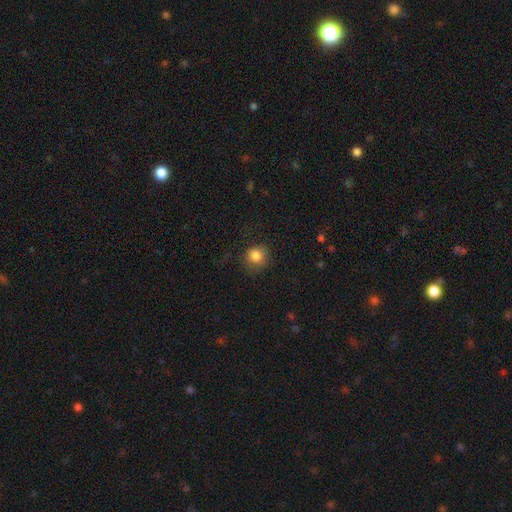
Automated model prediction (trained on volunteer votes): A smooth galaxy with no disk features (84%) that is round (86%).

Vote fractions:
- Smooth or featured? smooth: 84% / star or artifact: 10% / featured or disk: 6%
- How rounded? round: 86% / in between: 13% / cigar-shaped: 1%
- Merging? none: 74% / minor disturbance: 17% / major disturbance: 8% / merger: 1%